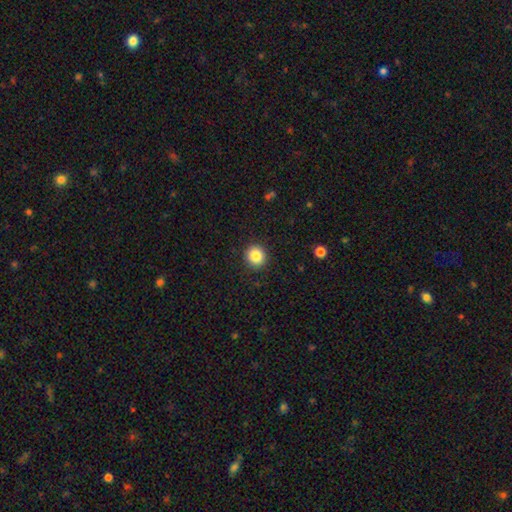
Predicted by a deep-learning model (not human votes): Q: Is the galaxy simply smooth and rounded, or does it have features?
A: smooth — 85%.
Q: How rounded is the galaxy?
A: round — 90%.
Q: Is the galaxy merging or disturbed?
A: none — 91%.